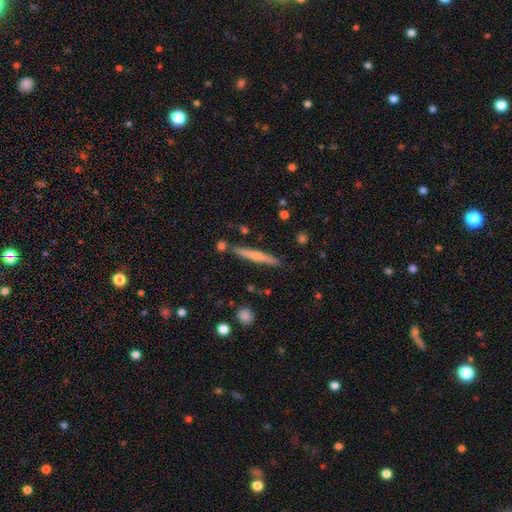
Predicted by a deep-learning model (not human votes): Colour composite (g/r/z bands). It shows a smooth galaxy with no disk features (49%). Merging: none (83%).